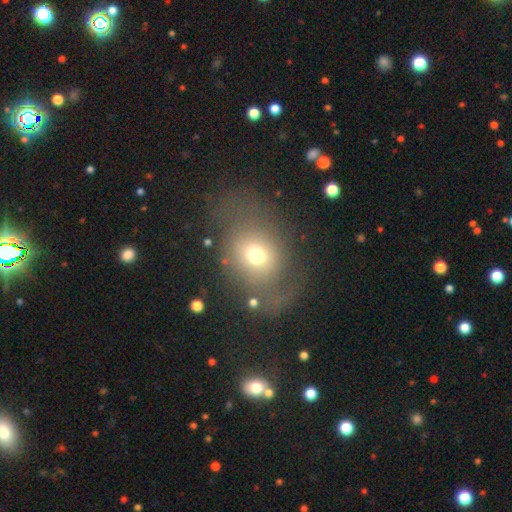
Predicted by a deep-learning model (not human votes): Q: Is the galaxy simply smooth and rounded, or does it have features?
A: smooth — 61%.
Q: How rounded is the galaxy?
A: round — 52%.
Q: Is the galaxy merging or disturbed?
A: none — 54%.